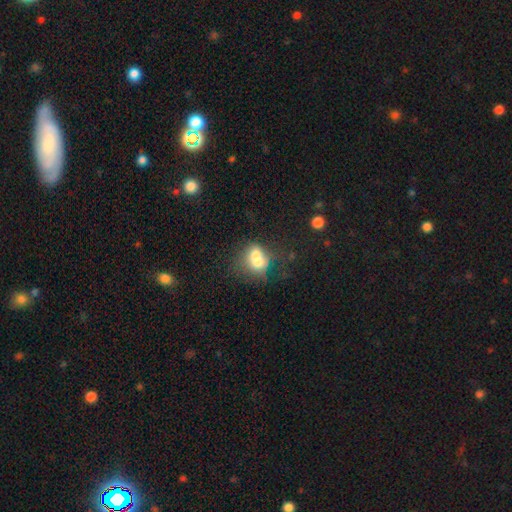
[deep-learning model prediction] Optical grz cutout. It shows a smooth galaxy with no disk features (63%) that is round (52%). Merging: merger (58%).